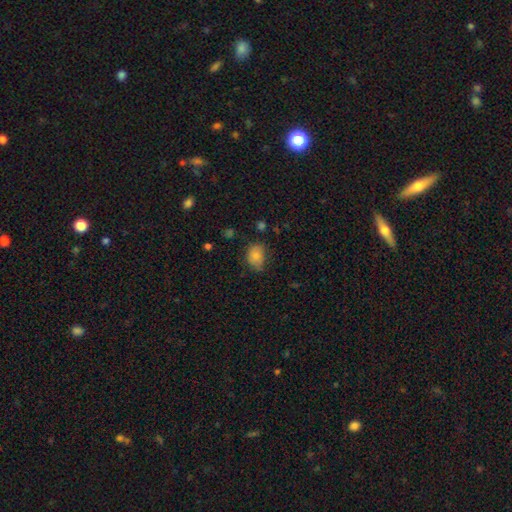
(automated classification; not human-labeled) smooth_or_featured: smooth (p=0.81) [alt: featured or disk p=0.09]
how_rounded: in between (p=0.67) [alt: round p=0.32]
merging: none (p=0.61) [alt: minor disturbance p=0.29]